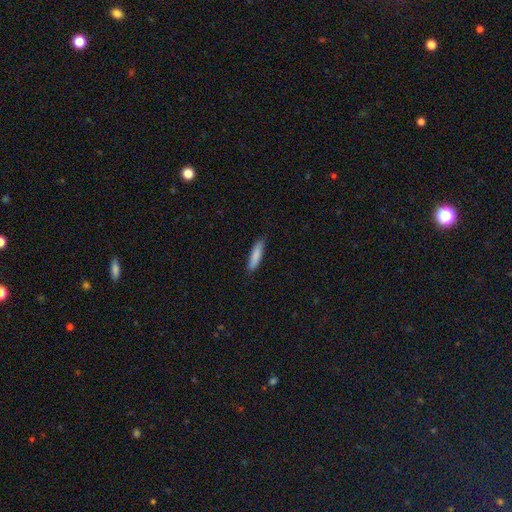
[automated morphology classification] This appears to be a smooth galaxy with no disk features (79%) that is cigar-shaped (73%). Merging: none (84%).